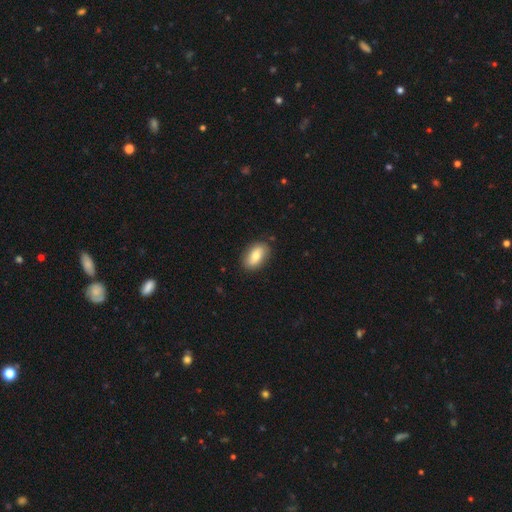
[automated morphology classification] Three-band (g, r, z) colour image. It shows a smooth galaxy with no disk features (73%) that is in between round and cigar-shaped (90%). Merging: none (84%).